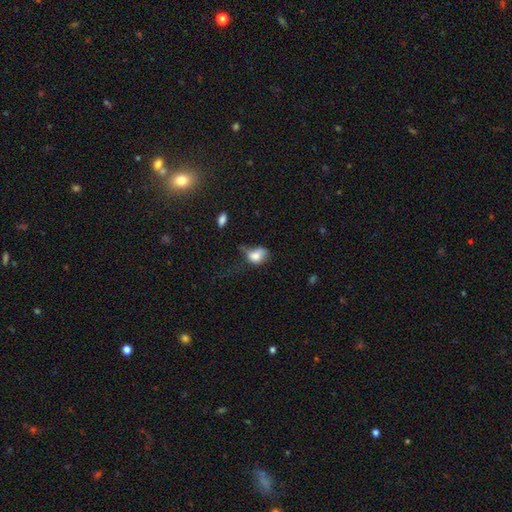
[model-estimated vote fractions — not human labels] Morphology: type=smooth (72%); roundness=in between (67%); merging=major disturbance (43%).